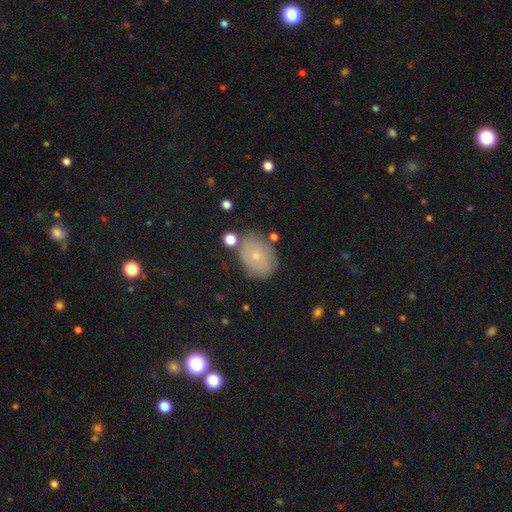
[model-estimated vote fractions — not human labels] Smooth or featured? smooth (65%)
How rounded? in between (68%)
Merging? none (72%)